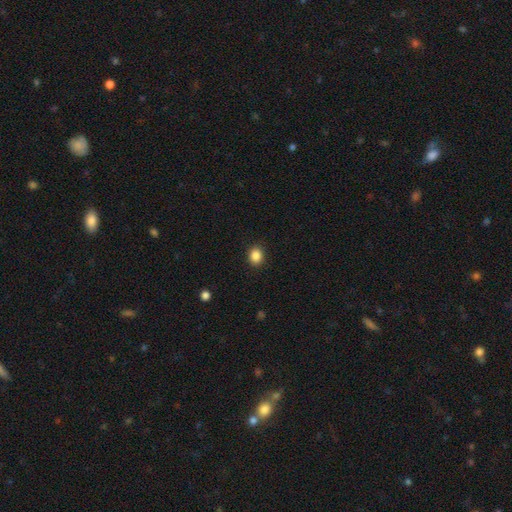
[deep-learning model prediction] Overall: smooth (87%). How rounded: round (53%; in between 47%). Merging: none (89%).